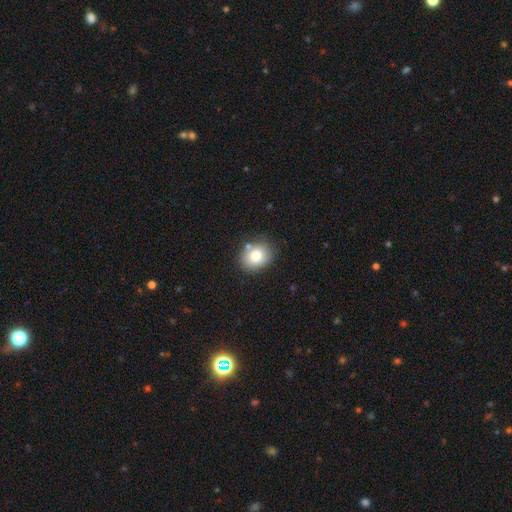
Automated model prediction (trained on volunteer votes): A smooth galaxy with no disk features (80%) that is round (53%).

Vote fractions:
- Smooth or featured? smooth: 80% / featured or disk: 11% / star or artifact: 9%
- How rounded? round: 53% / in between: 46% / cigar-shaped: 1%
- Merging? none: 76% / minor disturbance: 14% / merger: 7% / major disturbance: 3%